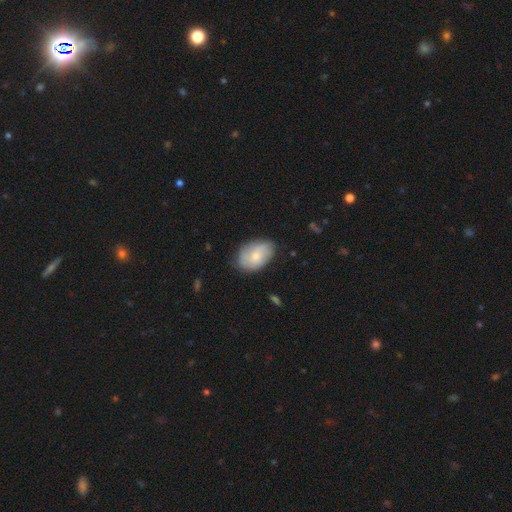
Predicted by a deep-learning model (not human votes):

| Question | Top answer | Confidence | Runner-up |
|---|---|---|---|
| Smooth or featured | smooth | 64% | featured or disk (30%) |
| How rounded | in between | 86% | round (13%) |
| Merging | none | 68% | minor disturbance (25%) |